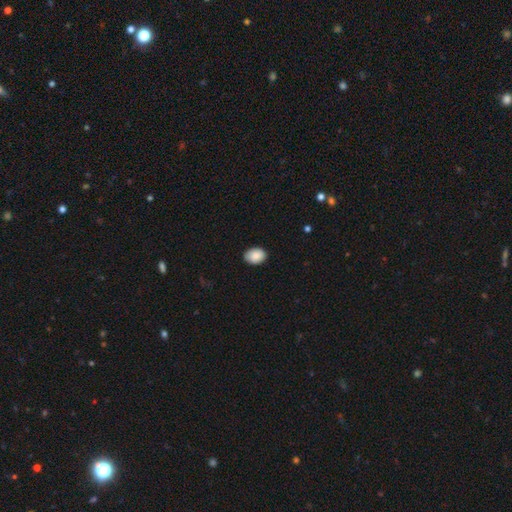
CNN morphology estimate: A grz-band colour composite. It shows a smooth galaxy with no disk features (88%) that is in between round and cigar-shaped (74%). Merging: none (85%).